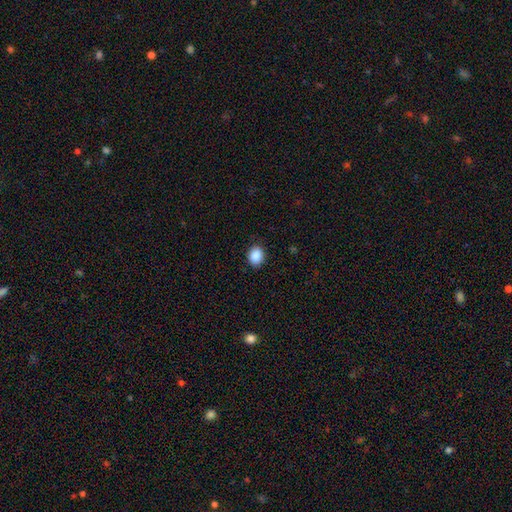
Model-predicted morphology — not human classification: smooth_or_featured: smooth (p=0.89) [alt: star or artifact p=0.08]
how_rounded: in between (p=0.52) [alt: round p=0.47]
merging: none (p=0.88) [alt: minor disturbance p=0.08]